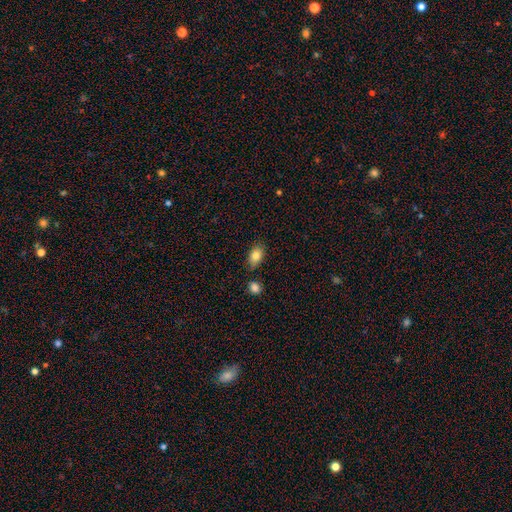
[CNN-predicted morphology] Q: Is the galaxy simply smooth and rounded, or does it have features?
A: smooth — 82%.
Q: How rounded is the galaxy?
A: in between — 86%.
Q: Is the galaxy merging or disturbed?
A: none — 78%.